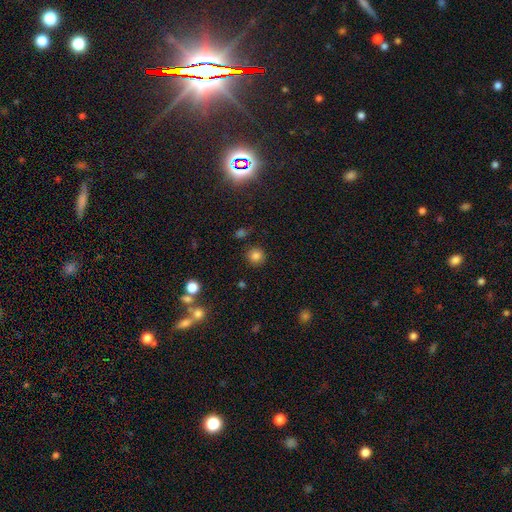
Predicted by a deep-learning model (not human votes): Smooth or featured: smooth — 81% (star or artifact — 14%)
How rounded: round — 93% (in between — 6%)
Merging: none — 88% (minor disturbance — 7%)